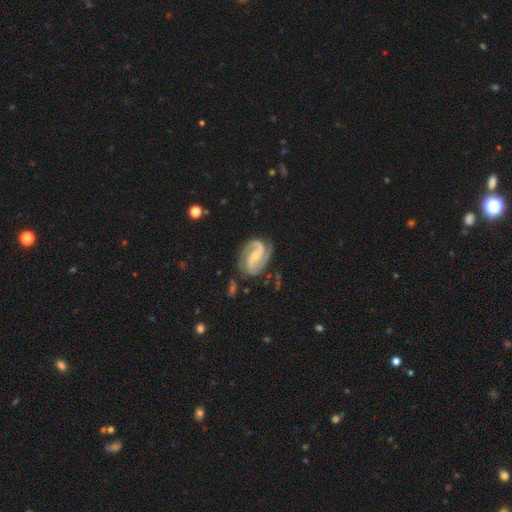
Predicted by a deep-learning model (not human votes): Morphology: type=featured or disk (89%); edge-on=no (98%); bar=no (41%); spiral arms=yes (97%); winding=medium (51%); arm count=2 (73%); bulge=small (68%); merging=none (69%).